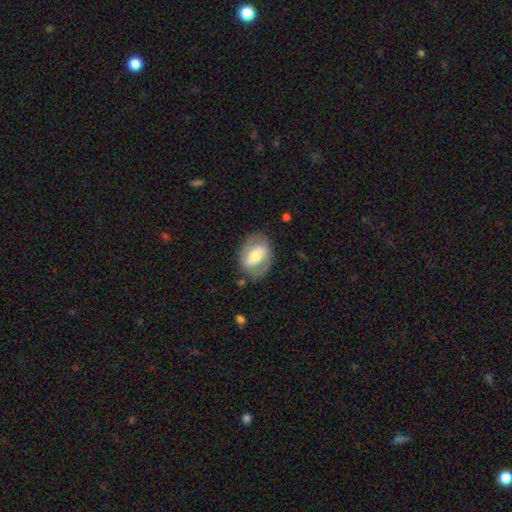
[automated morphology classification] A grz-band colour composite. It shows a featured or disk galaxy (49%). Merging: none (76%).